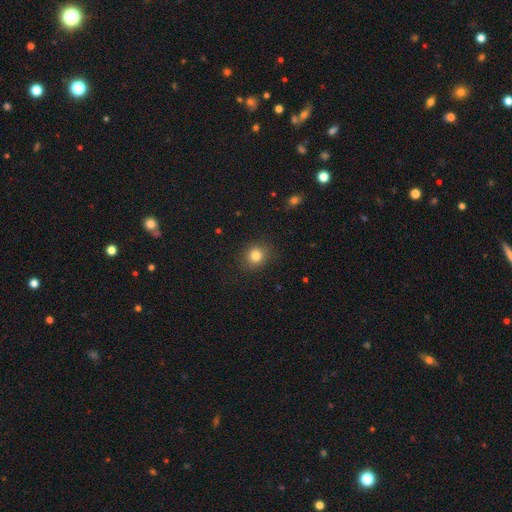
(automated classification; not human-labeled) A smooth galaxy with no disk features (82%) that is round (75%).

Vote fractions:
- Smooth or featured? smooth: 82% / star or artifact: 12% / featured or disk: 6%
- How rounded? round: 75% / in between: 24% / cigar-shaped: 1%
- Merging? none: 86% / minor disturbance: 10% / major disturbance: 3% / merger: 1%